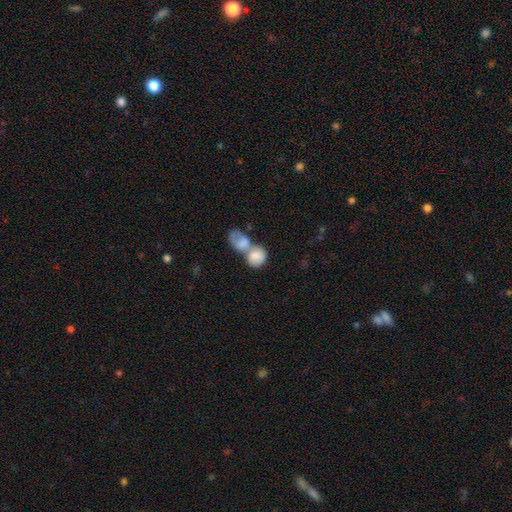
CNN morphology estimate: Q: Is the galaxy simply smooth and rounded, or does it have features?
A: smooth — 78%.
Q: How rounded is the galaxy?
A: in between — 57%.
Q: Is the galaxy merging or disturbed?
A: merger — 76%.